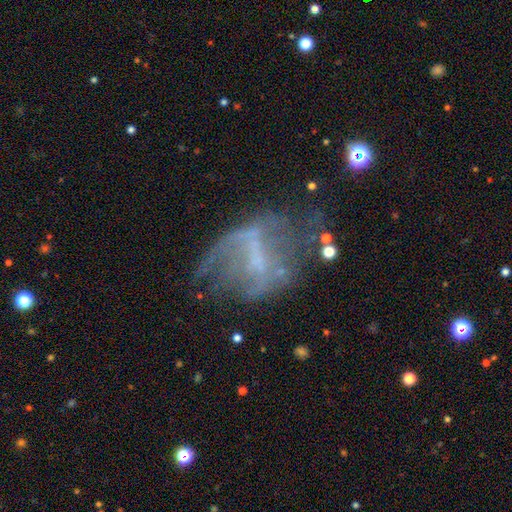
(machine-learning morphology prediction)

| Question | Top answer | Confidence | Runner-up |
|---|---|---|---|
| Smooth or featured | featured or disk | 66% | smooth (19%) |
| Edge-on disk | no | 96% | yes (4%) |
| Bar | no | 41% | weak (36%) |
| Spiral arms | no | 54% | yes (46%) |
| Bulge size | none | 55% | small (29%) |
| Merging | none | 37% | major disturbance (35%) |